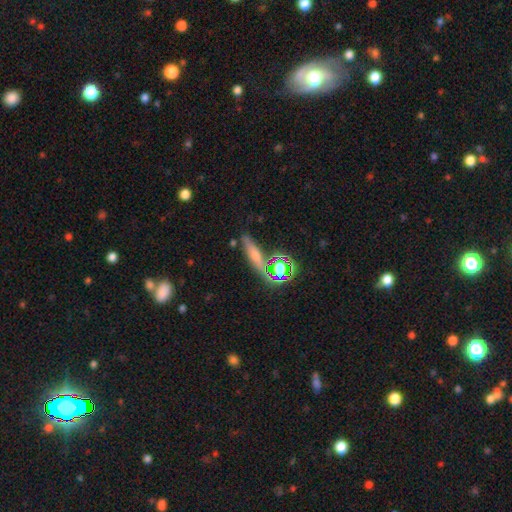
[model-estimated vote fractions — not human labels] smooth 37%, featured or disk 34%, star or artifact 29%. Down the decision tree: merging — none (74%).